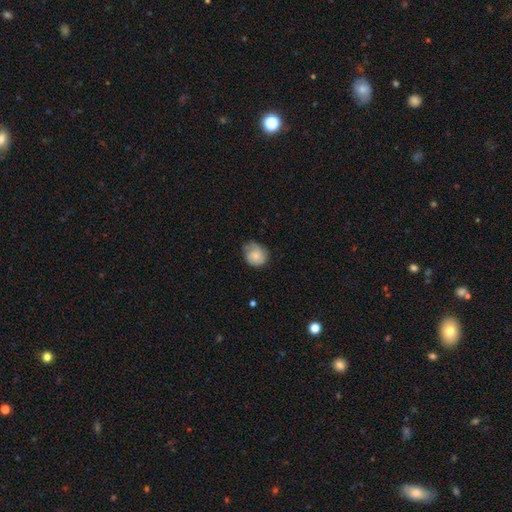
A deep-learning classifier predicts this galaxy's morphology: This appears to be a smooth galaxy with no disk features (69%) that is round (61%). Merging: none (57%).